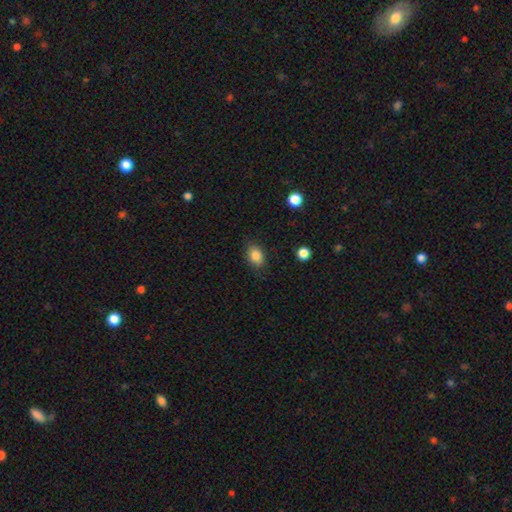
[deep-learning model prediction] smooth 84%, star or artifact 9%, featured or disk 7%. Down the decision tree: how rounded — in between (72%); merging — none (83%).